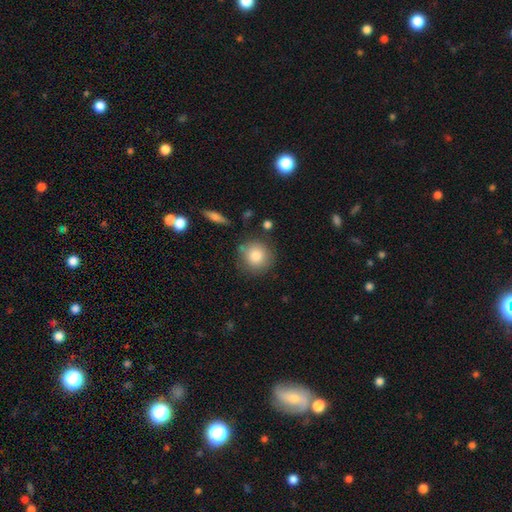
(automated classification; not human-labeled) Morphology: type=smooth (83%); roundness=round (91%); merging=none (80%).